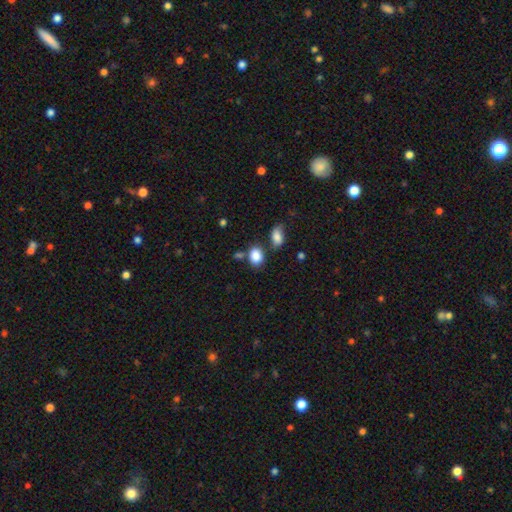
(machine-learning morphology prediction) Smooth or featured?
  - smooth: 86% *
  - star or artifact: 9%
  - featured or disk: 5%
How rounded?
  - in between: 63% *
  - round: 36%
  - cigar-shaped: 1%
Merging?
  - none: 63% *
  - merger: 17%
  - minor disturbance: 15%
  - major disturbance: 5%